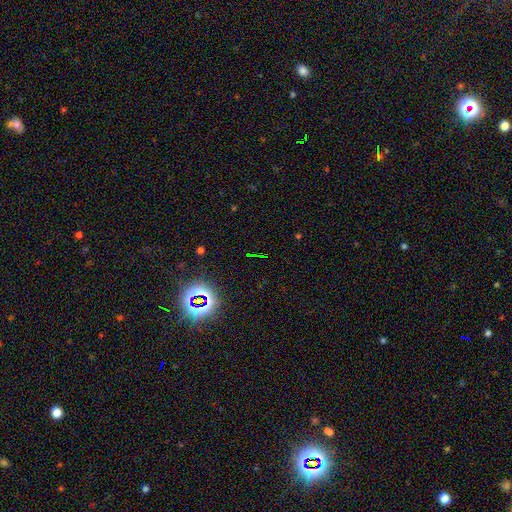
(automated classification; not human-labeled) This is likely a star or artifact rather than a galaxy (74%).